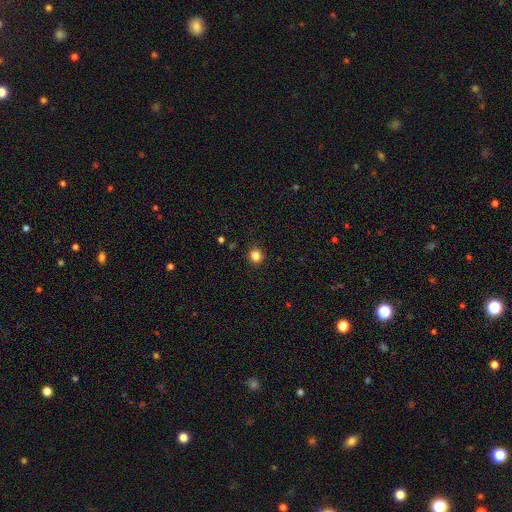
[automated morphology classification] Smooth or featured? smooth (84%)
How rounded? round (90%)
Merging? none (91%)